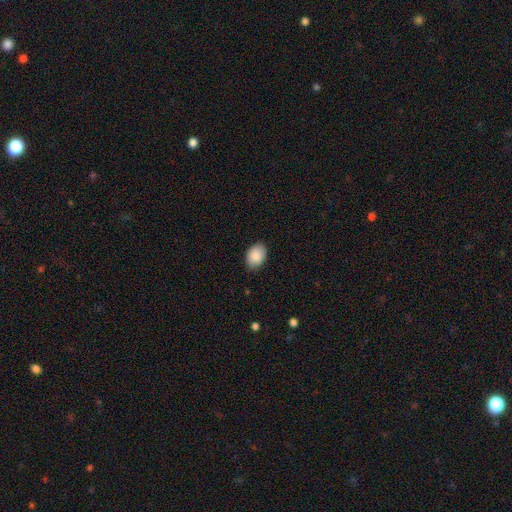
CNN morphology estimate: This is clearly a smooth galaxy (89%). How rounded: likely in between (78%). Merging: clearly none (85%).